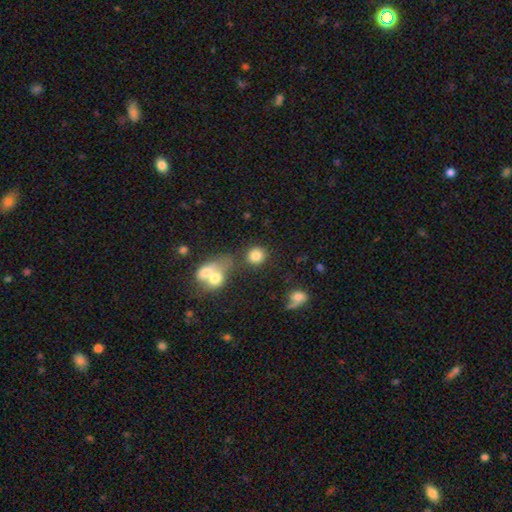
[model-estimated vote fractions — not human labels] Smooth or featured? Predicted: smooth (p=0.82). How rounded? Predicted: round (p=0.85). Merging? Predicted: none (p=0.70).